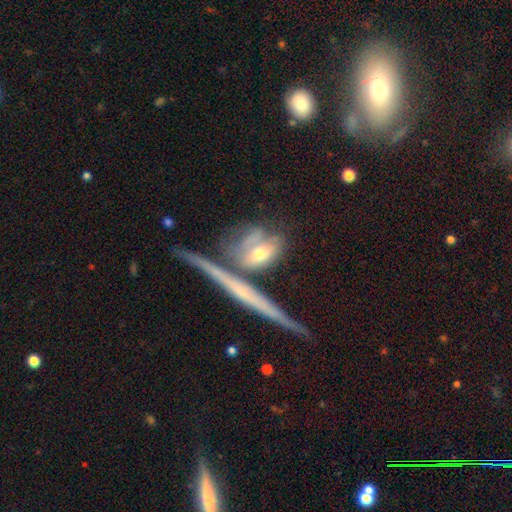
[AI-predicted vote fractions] Smooth or featured? featured or disk (65%)
Edge-on disk? yes (89%)
Edge-on bulge? rounded (49%)
Merging? none (71%)